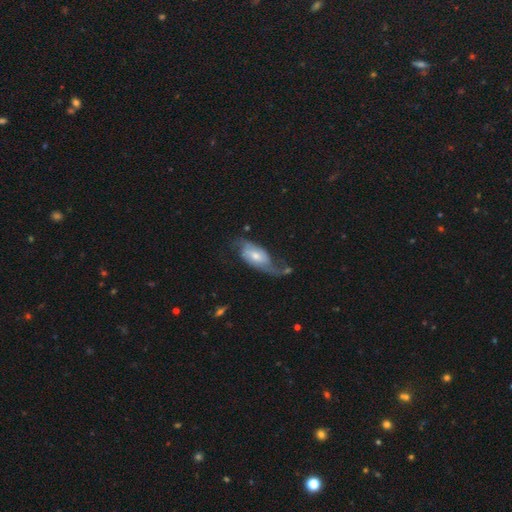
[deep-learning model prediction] Smooth or featured?
  - featured or disk: 69% *
  - smooth: 25%
  - star or artifact: 6%
Edge-on disk?
  - no: 92% *
  - yes: 8%
Bar?
  - no: 48% *
  - weak: 39%
  - strong: 13%
Spiral arms?
  - yes: 89% *
  - no: 11%
Spiral winding?
  - loose: 56% *
  - medium: 30%
  - tight: 14%
Spiral arm count?
  - 2: 74% *
  - 1: 13%
  - can't tell: 9%
  - 3: 2%
  - 4: 1%
  - more than 4: 1%
Bulge size?
  - moderate: 51% *
  - small: 38%
  - large: 7%
  - none: 3%
  - dominant: 2%
Merging?
  - none: 44% *
  - major disturbance: 28%
  - minor disturbance: 23%
  - merger: 6%